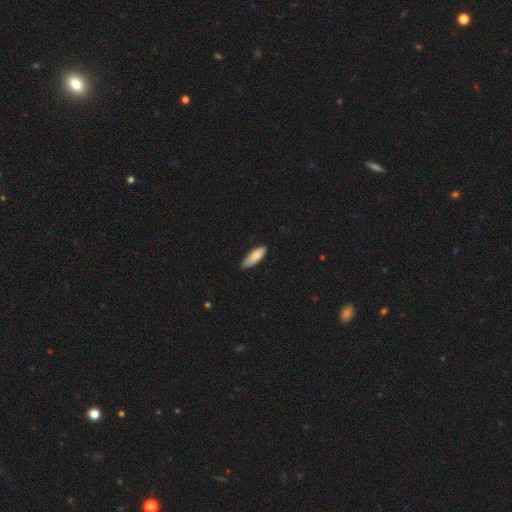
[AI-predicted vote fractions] Q: Smooth or featured?
A: smooth (85%); runner-up: featured or disk (10%)
Q: How rounded?
A: in between (64%); runner-up: cigar-shaped (34%)
Q: Merging?
A: none (73%); runner-up: minor disturbance (23%)